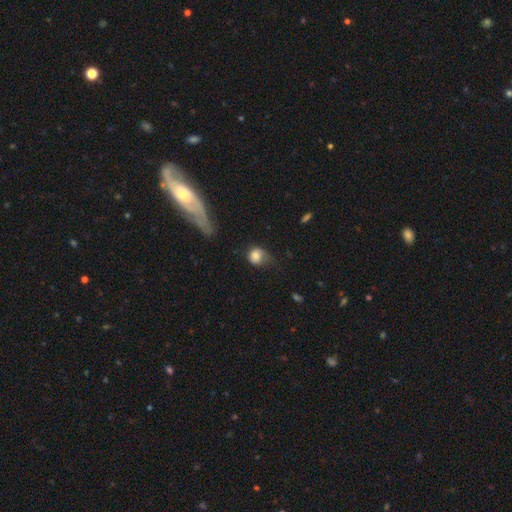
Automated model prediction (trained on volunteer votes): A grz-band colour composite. It shows a smooth galaxy with no disk features (78%) that is round (70%). Merging: none (37%).